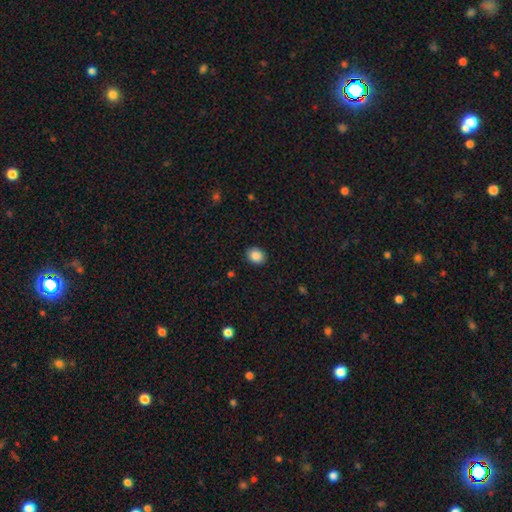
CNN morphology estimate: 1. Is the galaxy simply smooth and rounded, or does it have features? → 88% smooth, 9% star or artifact, 3% featured or disk.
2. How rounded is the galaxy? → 58% round, 42% in between, 1% cigar-shaped.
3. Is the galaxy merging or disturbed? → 90% none, 7% minor disturbance, 2% major disturbance, 1% merger.